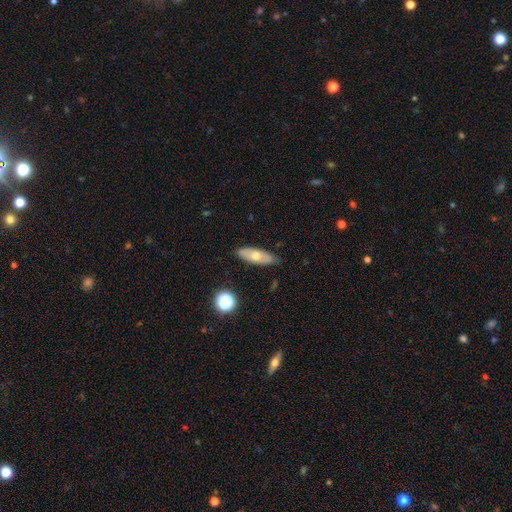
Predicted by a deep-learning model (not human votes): smooth-or-featured: smooth: 58% | featured or disk: 35% | star or artifact: 7%
  how-rounded: in between: 66% | cigar-shaped: 30% | round: 4%
  merging: none: 85% | minor disturbance: 12% | major disturbance: 2% | merger: 1%